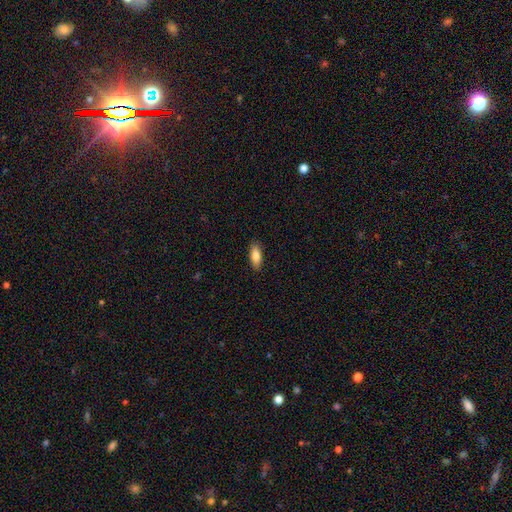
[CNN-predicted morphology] Smooth or featured: smooth — 84% (featured or disk — 10%)
How rounded: in between — 81% (cigar-shaped — 17%)
Merging: none — 88% (minor disturbance — 9%)